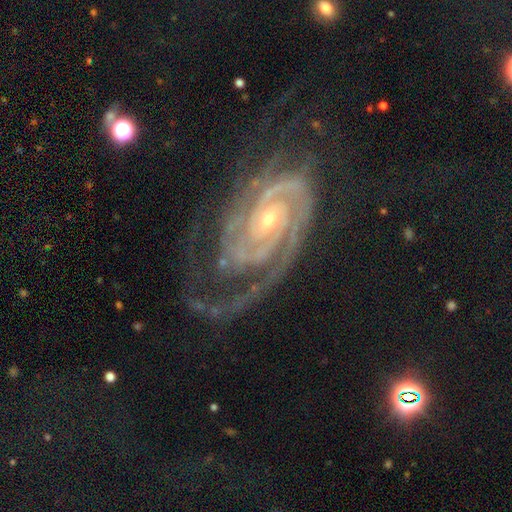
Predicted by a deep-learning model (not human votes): Smooth or featured?
  - featured or disk: 87% *
  - star or artifact: 9%
  - smooth: 4%
Edge-on disk?
  - no: 97% *
  - yes: 3%
Bar?
  - no: 64% *
  - weak: 24%
  - strong: 12%
Spiral arms?
  - yes: 98% *
  - no: 2%
Spiral winding?
  - tight: 70% *
  - medium: 25%
  - loose: 6%
Spiral arm count?
  - 2: 44% *
  - 3: 17%
  - can't tell: 15%
  - 4: 8%
  - 1: 8%
  - more than 4: 8%
Bulge size?
  - small: 70% *
  - moderate: 27%
  - large: 1%
  - none: 1%
  - dominant: 1%
Merging?
  - none: 61% *
  - minor disturbance: 20%
  - major disturbance: 17%
  - merger: 2%